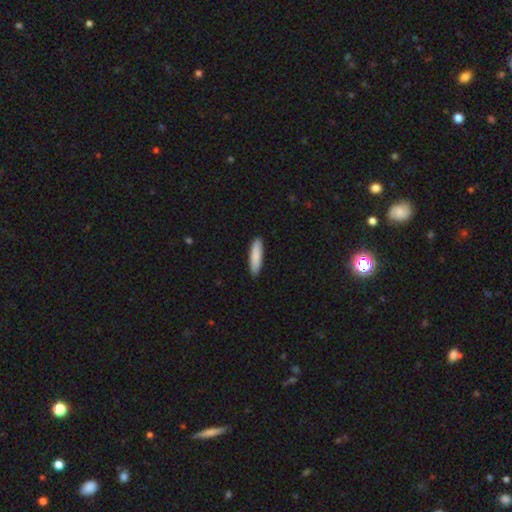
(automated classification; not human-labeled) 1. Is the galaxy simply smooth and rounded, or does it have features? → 86% smooth, 8% featured or disk, 5% star or artifact.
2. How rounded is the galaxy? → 72% cigar-shaped, 27% in between, 1% round.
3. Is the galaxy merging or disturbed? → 90% none, 7% minor disturbance, 1% major disturbance, 1% merger.